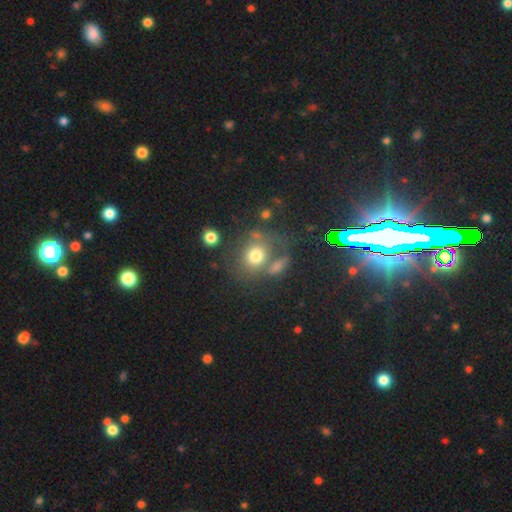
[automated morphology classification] A smooth galaxy with no disk features (69%) that is round (70%). Merging: none (47%).